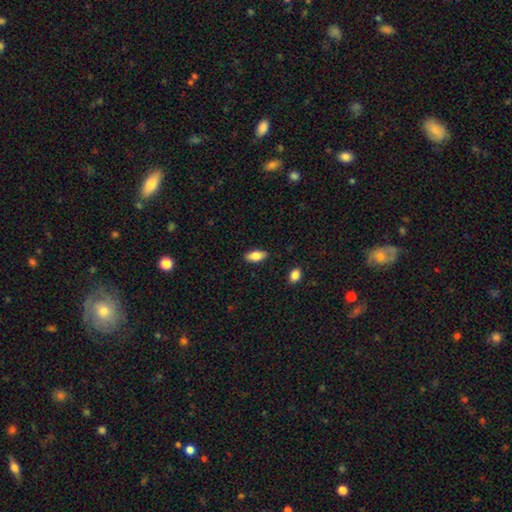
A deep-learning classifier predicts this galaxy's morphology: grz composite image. It shows a smooth galaxy with no disk features (80%) that is in between round and cigar-shaped (88%). Merging: none (86%).